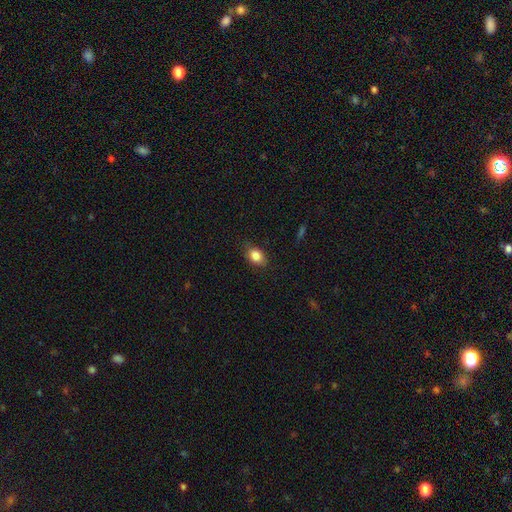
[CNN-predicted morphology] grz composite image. It shows a smooth galaxy with no disk features (85%) that is in between round and cigar-shaped (78%). Merging: none (79%).